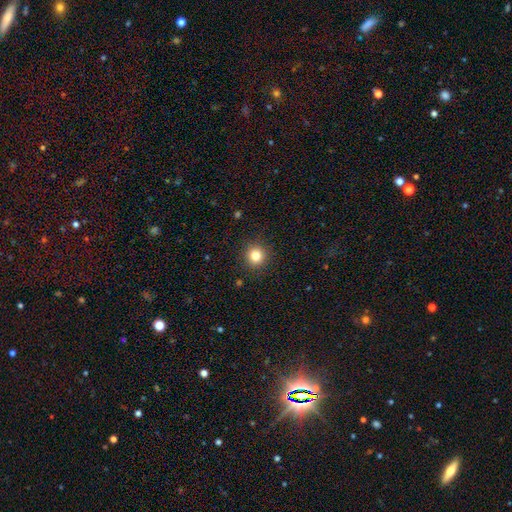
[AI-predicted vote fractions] Overall: smooth (83%). How rounded: round (94%). Merging: none (92%).